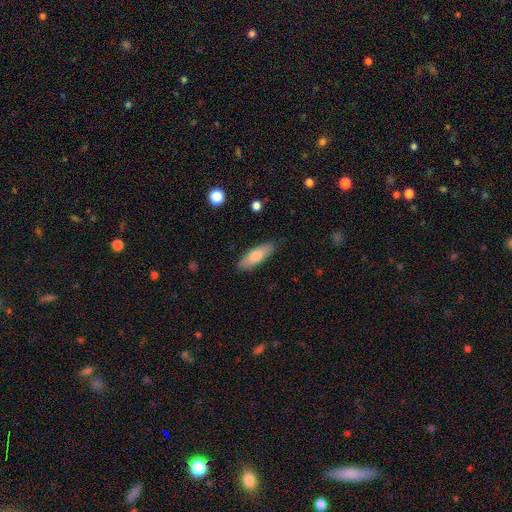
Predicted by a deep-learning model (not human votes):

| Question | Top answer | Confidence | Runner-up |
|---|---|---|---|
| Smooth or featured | smooth | 75% | featured or disk (19%) |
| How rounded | in between | 60% | cigar-shaped (38%) |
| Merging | none | 87% | minor disturbance (10%) |